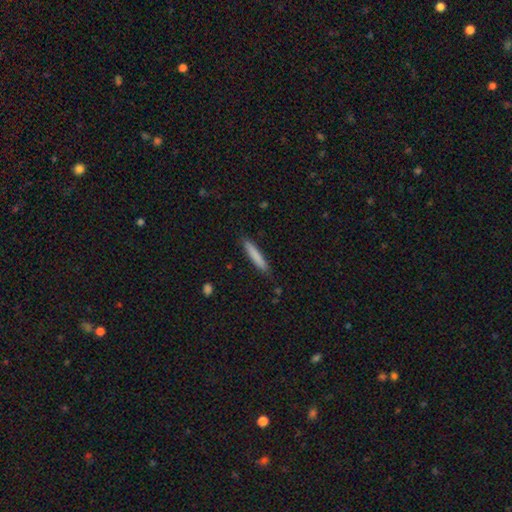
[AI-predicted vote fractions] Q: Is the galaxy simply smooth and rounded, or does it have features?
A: smooth — 81%.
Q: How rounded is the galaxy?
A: cigar-shaped — 92%.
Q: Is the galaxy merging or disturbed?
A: none — 86%.